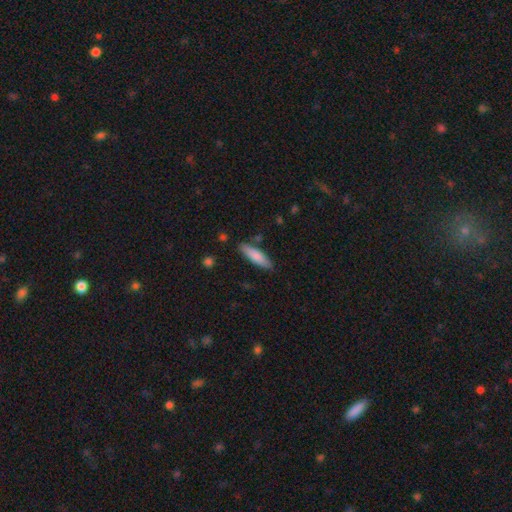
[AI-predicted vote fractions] A smooth galaxy with no disk features (79%) that is cigar-shaped (66%). Merging: none (84%).